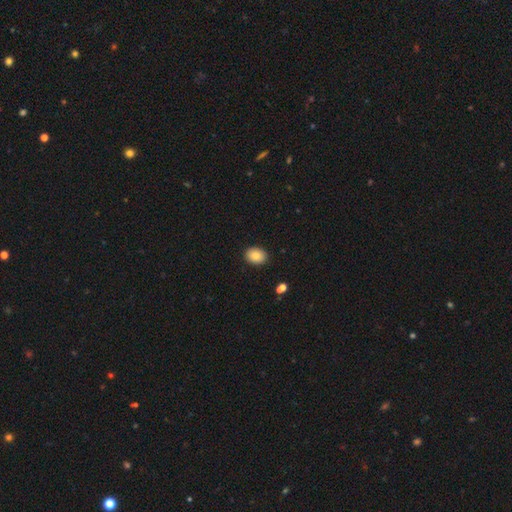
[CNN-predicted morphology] The model was most divided on "how rounded": in between: 70%, round: 29%, cigar-shaped: 1%. More confident: merging — none (89%); smooth or featured — smooth (86%).